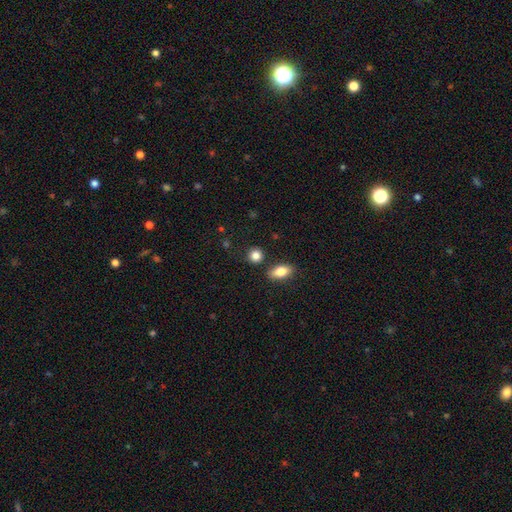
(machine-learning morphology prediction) Overall: smooth (85%). How rounded: round (78%). Merging: none (82%).